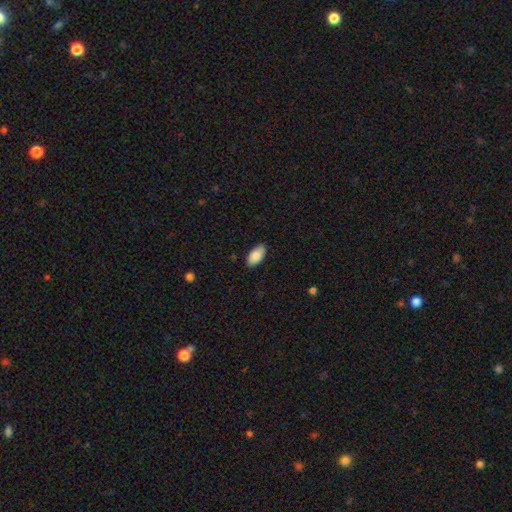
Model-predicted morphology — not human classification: Overall: smooth (88%). How rounded: in between (95%). Merging: none (85%).